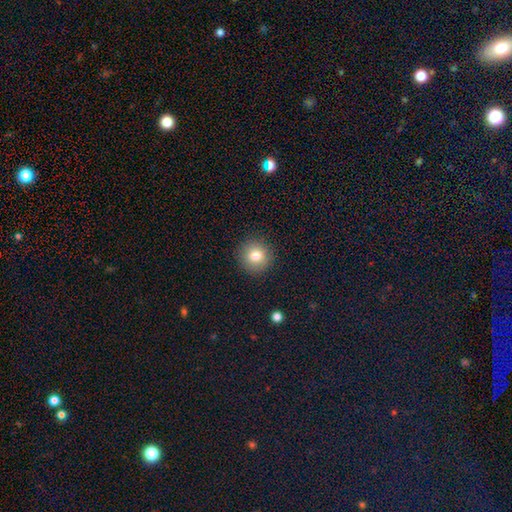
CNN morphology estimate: Overall: smooth (80%). How rounded: round (92%). Merging: none (90%).